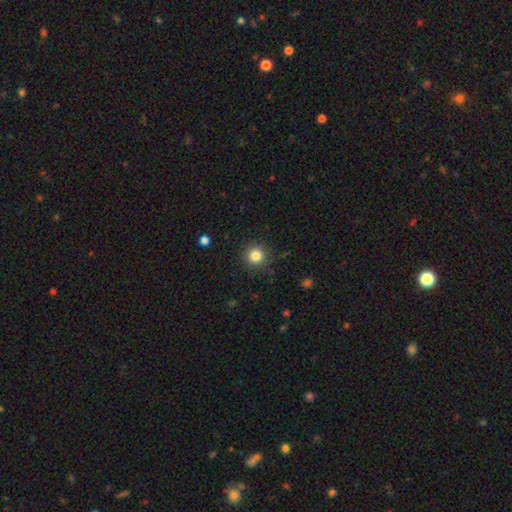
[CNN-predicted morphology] This appears to be a smooth galaxy with no disk features (84%) that is round (94%). Merging: none (89%).